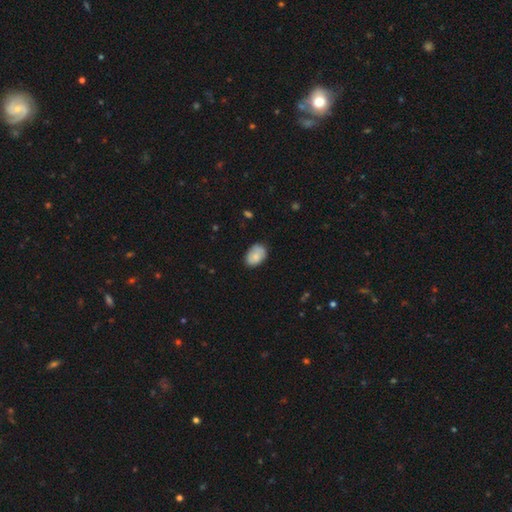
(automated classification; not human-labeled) A smooth galaxy with no disk features (80%) that is in between round and cigar-shaped (84%).

Vote fractions:
- Smooth or featured? smooth: 80% / featured or disk: 13% / star or artifact: 7%
- How rounded? in between: 84% / round: 15% / cigar-shaped: 1%
- Merging? none: 74% / minor disturbance: 21% / major disturbance: 4% / merger: 2%